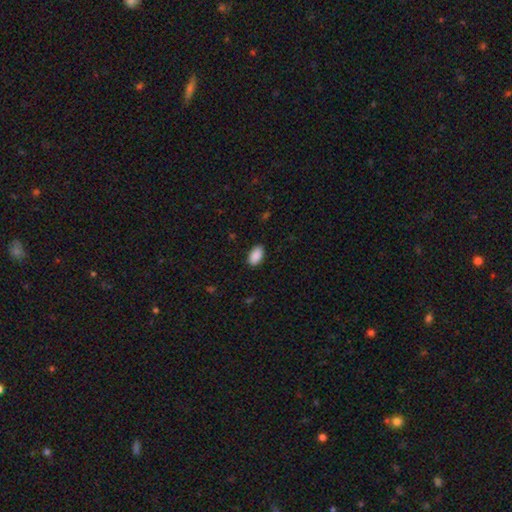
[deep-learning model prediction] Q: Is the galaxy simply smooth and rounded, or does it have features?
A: smooth — 90%.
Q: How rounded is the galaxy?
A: in between — 94%.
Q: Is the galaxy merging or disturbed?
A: none — 88%.